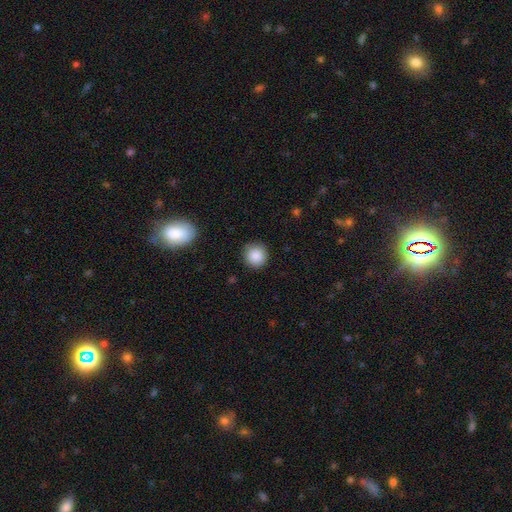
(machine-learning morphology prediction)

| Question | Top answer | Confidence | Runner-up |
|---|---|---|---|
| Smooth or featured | smooth | 88% | star or artifact (9%) |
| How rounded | round | 94% | in between (5%) |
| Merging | none | 88% | minor disturbance (8%) |